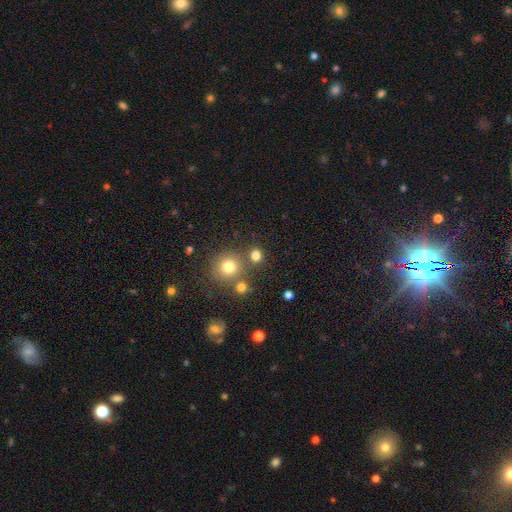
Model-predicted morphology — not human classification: Smooth or featured: smooth — 77% (star or artifact — 16%)
How rounded: round — 84% (in between — 15%)
Merging: none — 74% (merger — 14%)